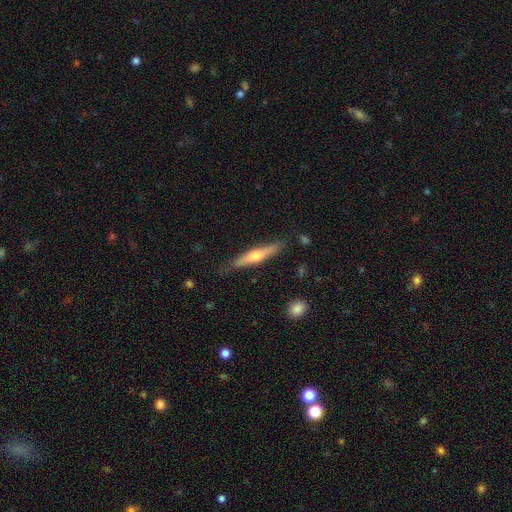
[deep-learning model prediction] Smooth or featured? featured or disk (55%)
Edge-on disk? yes (94%)
Edge-on bulge? rounded (89%)
Merging? none (80%)